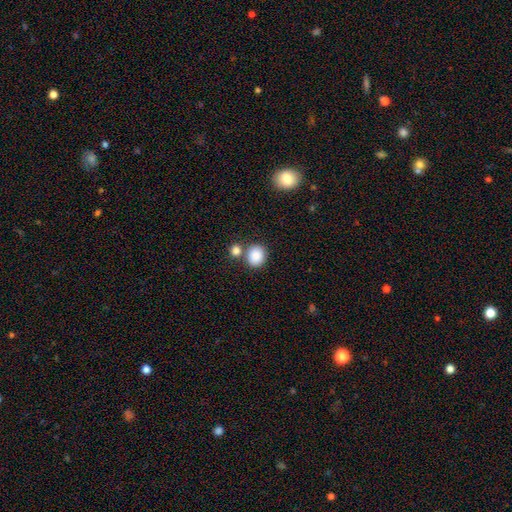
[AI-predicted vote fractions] A smooth galaxy with no disk features (87%) that is round (69%). Merging: none (67%).